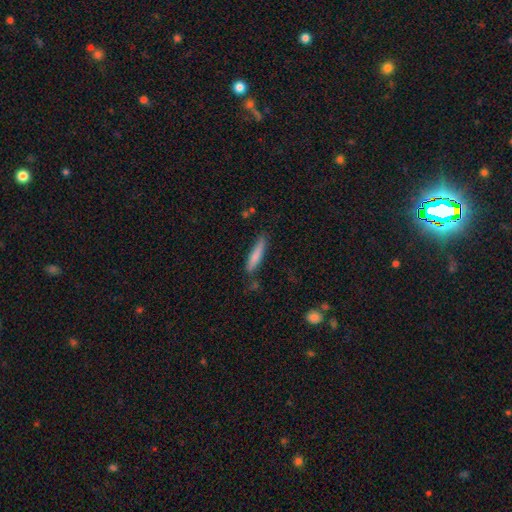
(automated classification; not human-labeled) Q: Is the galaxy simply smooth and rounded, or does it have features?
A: smooth — 78%.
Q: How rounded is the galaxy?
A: cigar-shaped — 88%.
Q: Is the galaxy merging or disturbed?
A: none — 77%.